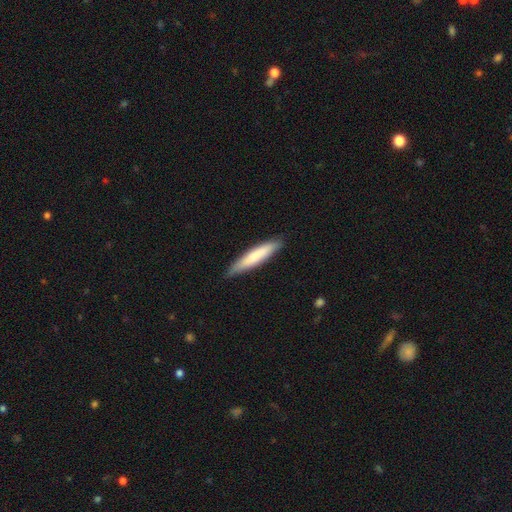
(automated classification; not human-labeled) smooth_or_featured: smooth (p=0.75) [alt: featured or disk p=0.19]
how_rounded: cigar-shaped (p=0.88) [alt: in between p=0.11]
merging: none (p=0.84) [alt: minor disturbance p=0.13]